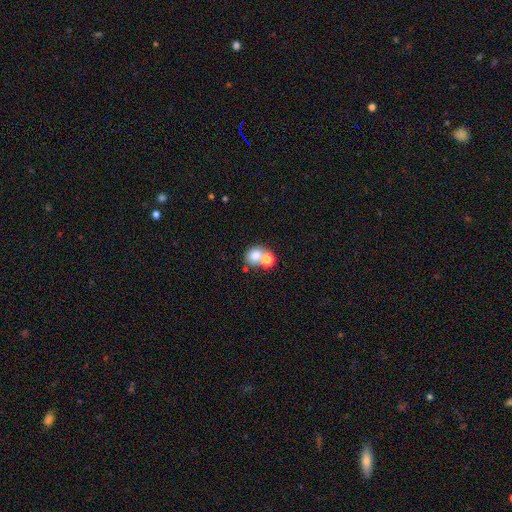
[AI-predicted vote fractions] smooth-or-featured: smooth: 75% | star or artifact: 14% | featured or disk: 11%
  how-rounded: round: 61% | in between: 38% | cigar-shaped: 1%
  merging: merger: 48% | none: 39% | minor disturbance: 8% | major disturbance: 5%